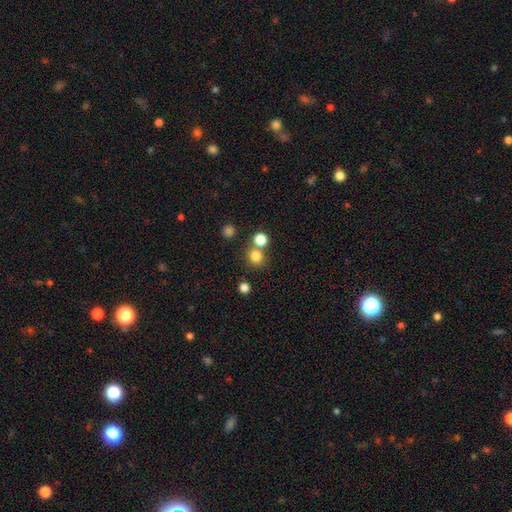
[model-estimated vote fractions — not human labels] smooth 79%, star or artifact 15%, featured or disk 6%. Down the decision tree: how rounded — round (87%); merging — none (65%).